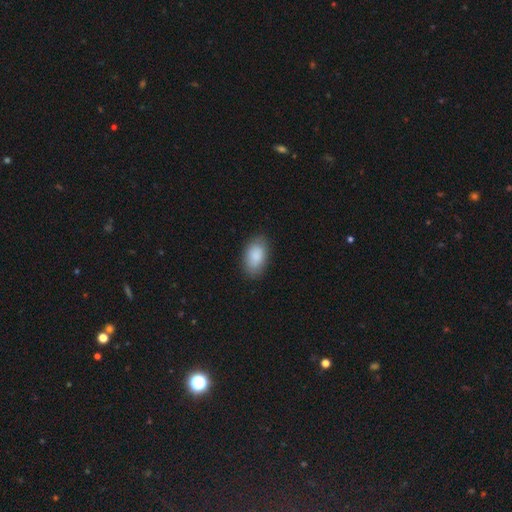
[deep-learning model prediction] Q: Smooth or featured?
A: smooth (88%); runner-up: featured or disk (6%)
Q: How rounded?
A: in between (93%); runner-up: round (6%)
Q: Merging?
A: none (84%); runner-up: minor disturbance (13%)